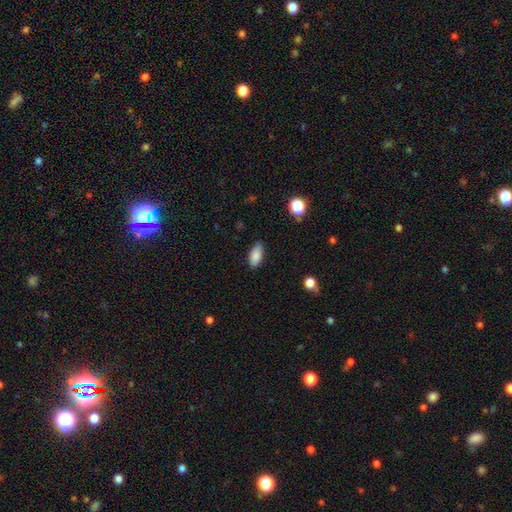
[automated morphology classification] Smooth or featured: smooth — 87% (star or artifact — 8%)
How rounded: in between — 89% (cigar-shaped — 8%)
Merging: none — 83% (minor disturbance — 14%)